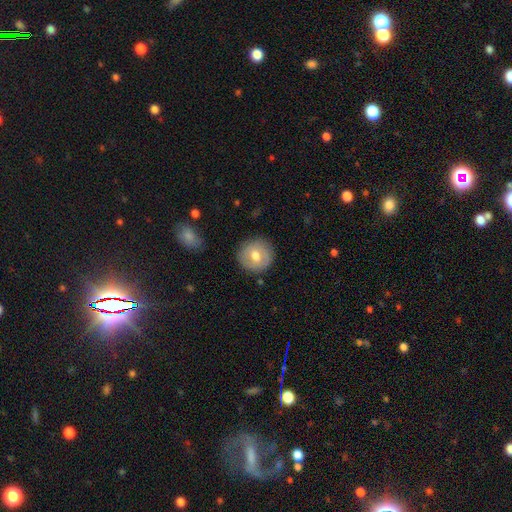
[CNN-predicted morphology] Smooth or featured? smooth (63%)
How rounded? round (91%)
Merging? none (86%)